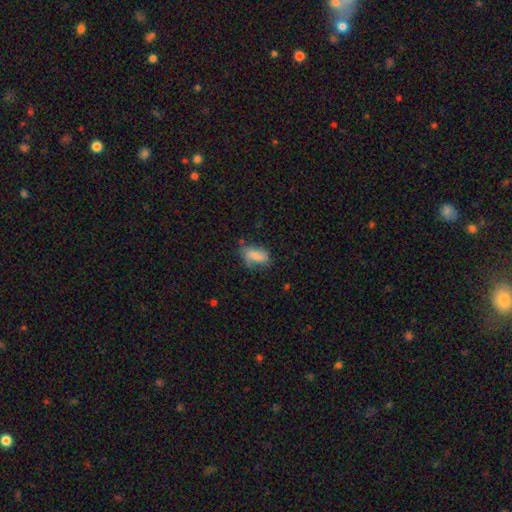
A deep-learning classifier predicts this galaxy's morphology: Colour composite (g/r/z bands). It shows a smooth galaxy with no disk features (63%) that is in between round and cigar-shaped (86%). Merging: none (50%).